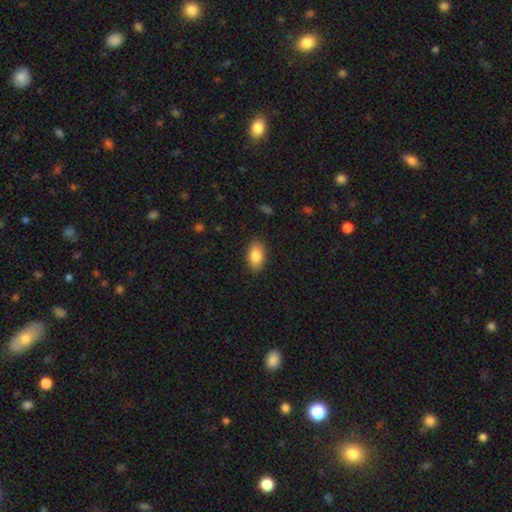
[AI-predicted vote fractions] The model was most divided on "merging": none: 87%, minor disturbance: 10%, major disturbance: 2%, merger: 1%. More confident: how rounded — in between (92%); smooth or featured — smooth (86%).